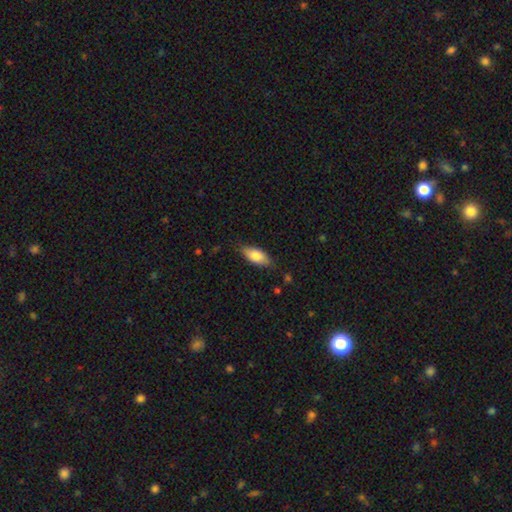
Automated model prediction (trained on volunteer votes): A smooth galaxy with no disk features (80%) that is in between round and cigar-shaped (84%).

Vote fractions:
- Smooth or featured? smooth: 80% / featured or disk: 14% / star or artifact: 6%
- How rounded? in between: 84% / cigar-shaped: 14% / round: 2%
- Merging? none: 78% / minor disturbance: 18% / major disturbance: 3% / merger: 1%